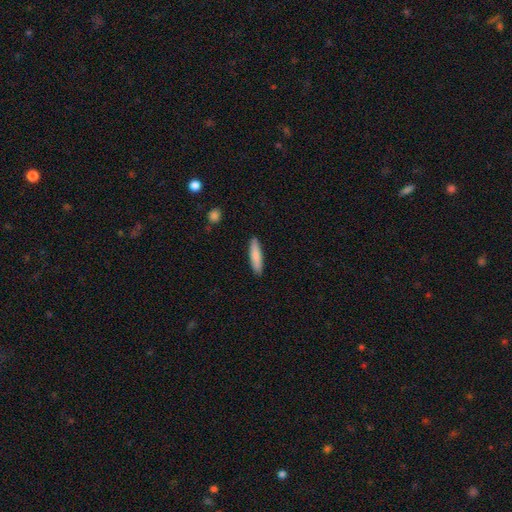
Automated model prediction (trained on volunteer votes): The model was most divided on "how rounded": cigar-shaped: 81%, in between: 18%, round: 1%. More confident: merging — none (89%); smooth or featured — smooth (83%).